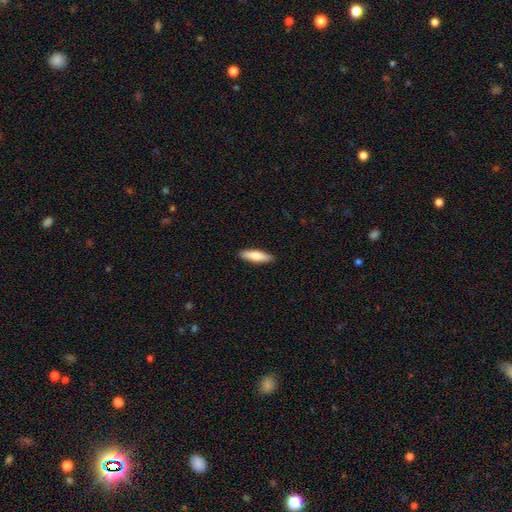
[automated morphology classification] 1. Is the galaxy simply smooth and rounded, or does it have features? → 76% smooth, 18% featured or disk, 5% star or artifact.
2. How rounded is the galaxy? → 62% cigar-shaped, 36% in between, 2% round.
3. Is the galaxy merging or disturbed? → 91% none, 7% minor disturbance, 1% major disturbance, 1% merger.